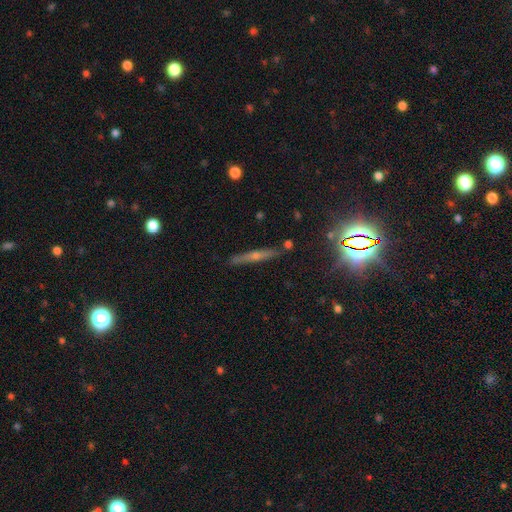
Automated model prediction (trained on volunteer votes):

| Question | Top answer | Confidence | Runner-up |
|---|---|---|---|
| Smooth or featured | featured or disk | 54% | smooth (27%) |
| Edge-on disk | yes | 94% | no (6%) |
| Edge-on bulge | rounded | 76% | none (18%) |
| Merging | none | 86% | minor disturbance (9%) |